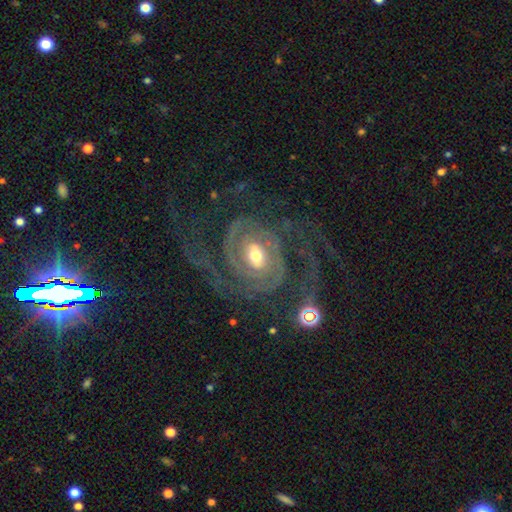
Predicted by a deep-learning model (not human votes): Overall: featured or disk (88%). Edge-on disk: no (97%). Bar: weak (42%; no 38%). Spiral arms: yes (95%). Spiral arm count: 2 (44%; can't tell 18%). Spiral winding: tight (48%; medium 35%). Bulge size: moderate (63%; small 28%). Merging: none (61%; major disturbance 22%).